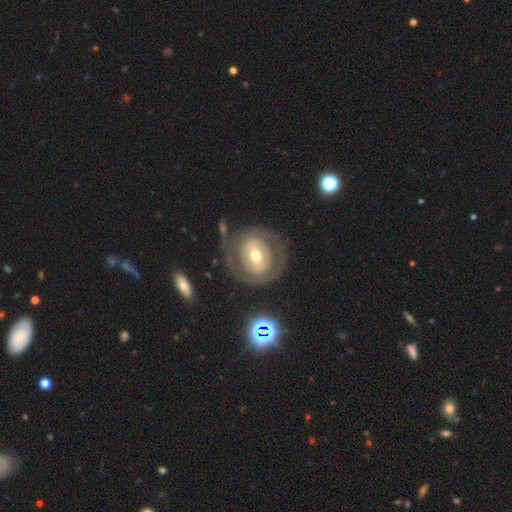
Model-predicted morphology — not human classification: smooth-or-featured: featured or disk: 74% | smooth: 18% | star or artifact: 8%
  disk-edge-on: no: 96% | yes: 4%
    bar: weak: 39% | strong: 30% | no: 30%
    has-spiral-arms: yes: 68% | no: 32%
    bulge-size: moderate: 60% | small: 32% | large: 6% | dominant: 1% | none: 1%
  merging: none: 72% | minor disturbance: 14% | major disturbance: 12% | merger: 3%